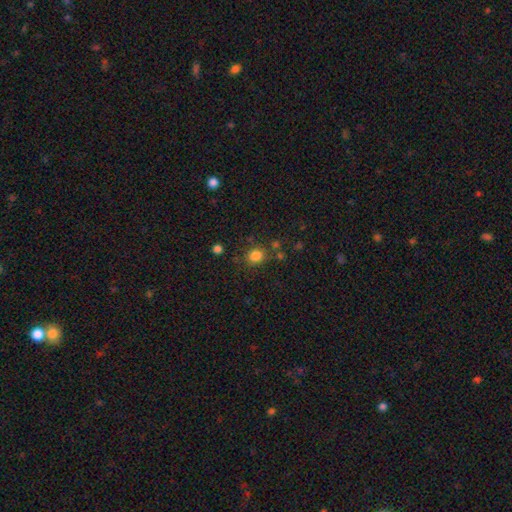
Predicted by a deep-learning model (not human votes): Overall: smooth (83%). How rounded: round (80%). Merging: none (78%).